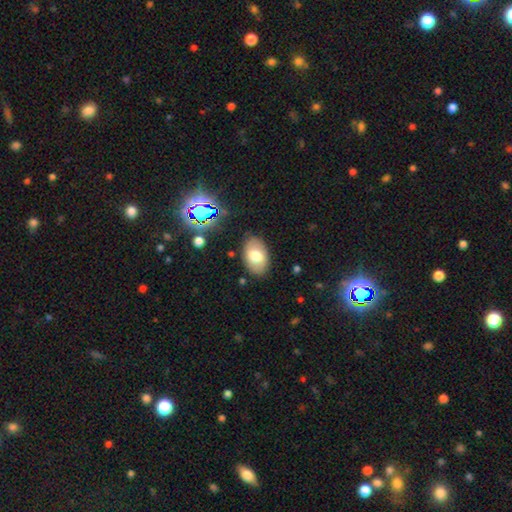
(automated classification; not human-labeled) smooth_or_featured: smooth (p=0.72) [alt: featured or disk p=0.20]
how_rounded: in between (p=0.90) [alt: round p=0.09]
merging: none (p=0.85) [alt: minor disturbance p=0.11]